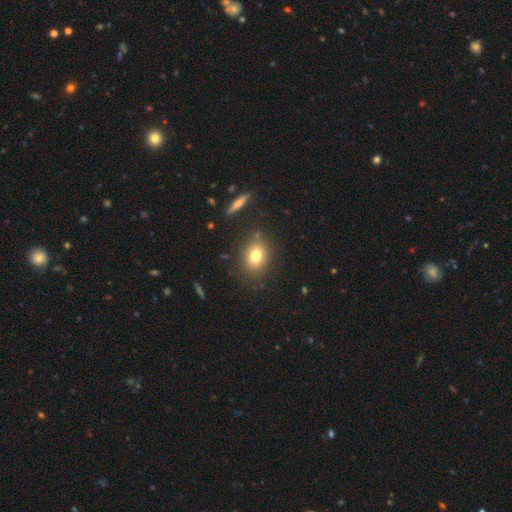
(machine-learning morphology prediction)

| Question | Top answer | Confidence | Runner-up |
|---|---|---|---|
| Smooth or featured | smooth | 77% | featured or disk (12%) |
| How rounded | in between | 57% | round (41%) |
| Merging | none | 82% | minor disturbance (10%) |